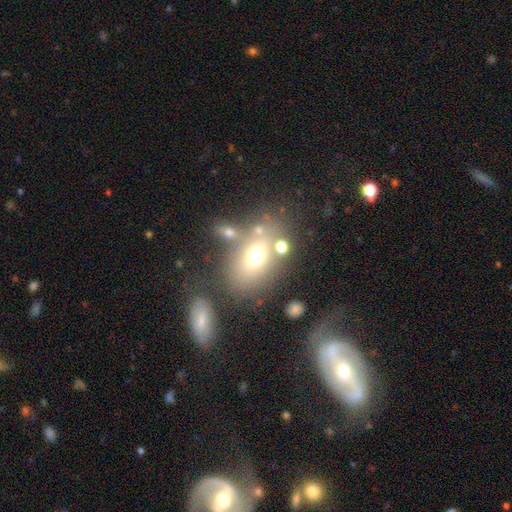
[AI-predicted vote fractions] Smooth or featured: smooth — 62% (featured or disk — 24%)
How rounded: in between — 72% (round — 26%)
Merging: none — 57% (merger — 18%)